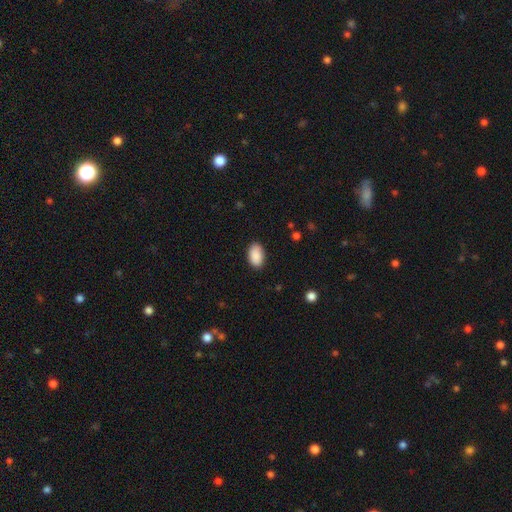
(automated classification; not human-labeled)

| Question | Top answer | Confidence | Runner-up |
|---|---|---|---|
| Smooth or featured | smooth | 91% | star or artifact (6%) |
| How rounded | in between | 93% | round (6%) |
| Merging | none | 88% | minor disturbance (9%) |